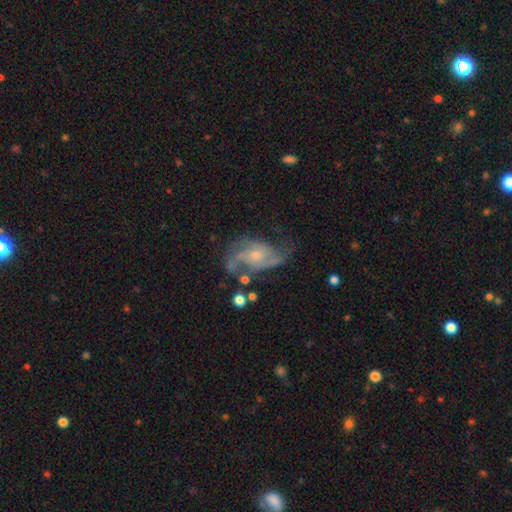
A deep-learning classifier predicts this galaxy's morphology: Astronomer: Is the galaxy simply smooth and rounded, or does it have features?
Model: featured or disk — 84%.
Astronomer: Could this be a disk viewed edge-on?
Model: no — 97%.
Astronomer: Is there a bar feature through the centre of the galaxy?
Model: no — 63%.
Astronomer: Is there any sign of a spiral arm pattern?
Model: yes — 93%.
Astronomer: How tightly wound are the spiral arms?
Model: medium — 46% (runner-up: loose, 37%).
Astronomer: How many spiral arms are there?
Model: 2 — 60%.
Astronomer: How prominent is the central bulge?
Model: small — 56% (runner-up: moderate, 35%).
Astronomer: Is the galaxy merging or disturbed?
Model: none — 51%.